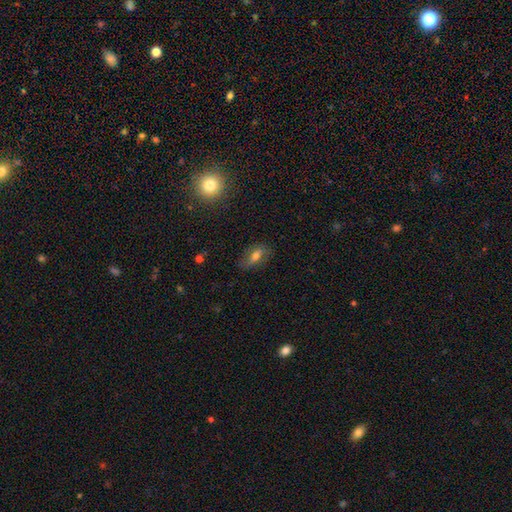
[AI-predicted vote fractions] This appears to be a smooth galaxy with no disk features (53%) that is in between round and cigar-shaped (78%). Merging: none (76%).